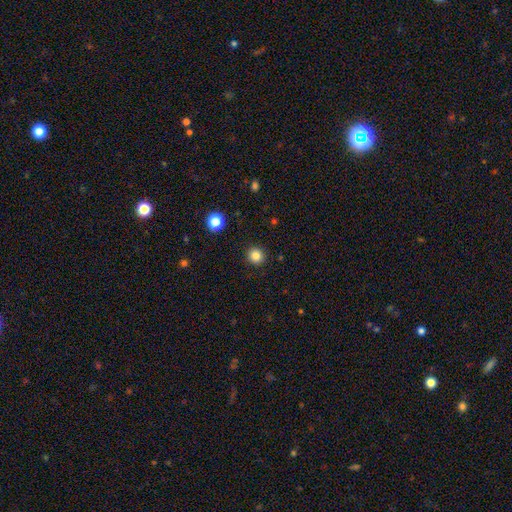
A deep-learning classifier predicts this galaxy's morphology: This appears to be a smooth galaxy with no disk features (84%) that is round (94%). Merging: none (93%).